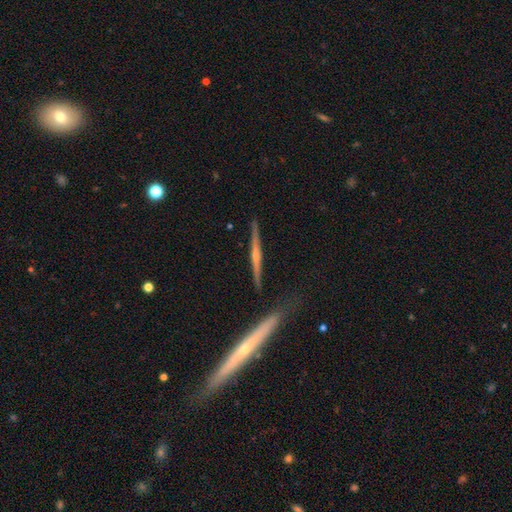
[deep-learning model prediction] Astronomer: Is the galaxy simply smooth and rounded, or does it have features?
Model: featured or disk — 73%.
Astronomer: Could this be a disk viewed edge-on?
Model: yes — 97%.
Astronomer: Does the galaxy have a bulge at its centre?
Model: rounded — 64%.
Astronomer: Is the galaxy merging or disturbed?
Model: none — 83%.